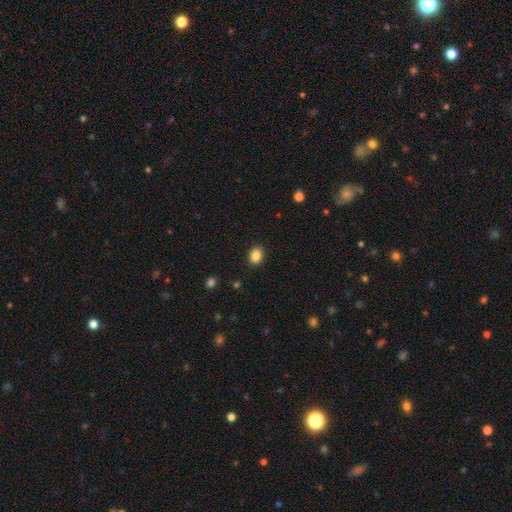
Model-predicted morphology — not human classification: This is clearly a smooth galaxy (87%). How rounded: likely in between (61%). Merging: clearly none (90%).